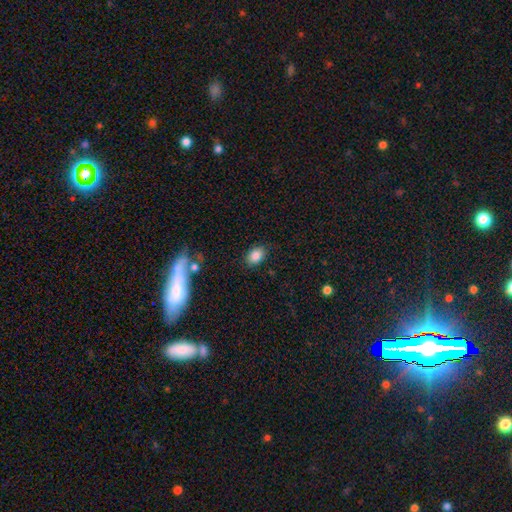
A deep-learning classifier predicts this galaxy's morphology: A smooth galaxy with no disk features (84%) that is in between round and cigar-shaped (76%). Merging: none (83%).